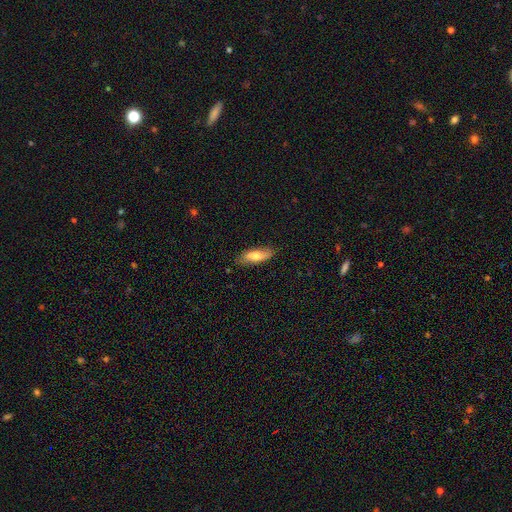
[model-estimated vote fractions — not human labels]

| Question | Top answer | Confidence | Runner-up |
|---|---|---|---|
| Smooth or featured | smooth | 70% | featured or disk (24%) |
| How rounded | in between | 64% | cigar-shaped (34%) |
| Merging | none | 78% | minor disturbance (18%) |